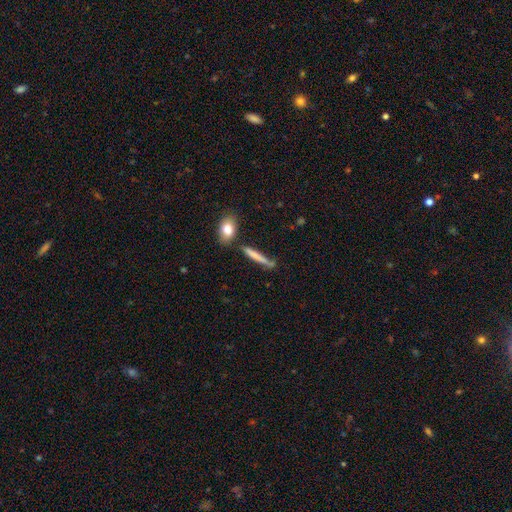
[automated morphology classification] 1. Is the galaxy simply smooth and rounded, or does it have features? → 69% smooth, 24% featured or disk, 7% star or artifact.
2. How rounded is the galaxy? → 90% cigar-shaped, 8% in between, 3% round.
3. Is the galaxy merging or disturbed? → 71% none, 16% minor disturbance, 8% merger, 5% major disturbance.